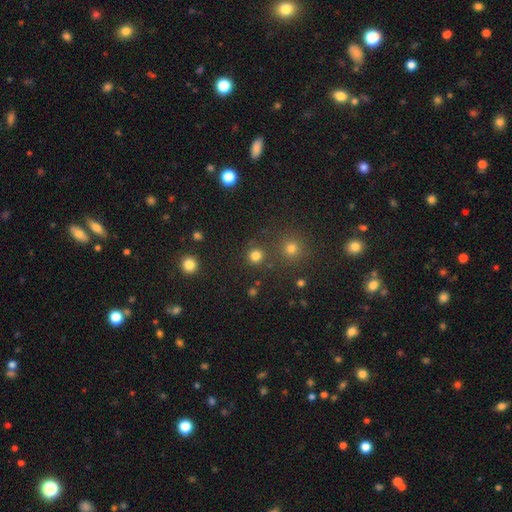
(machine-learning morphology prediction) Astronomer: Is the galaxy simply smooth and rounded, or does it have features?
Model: smooth — 79%.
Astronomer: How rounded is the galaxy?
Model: round — 93%.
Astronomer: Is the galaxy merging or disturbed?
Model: none — 84%.